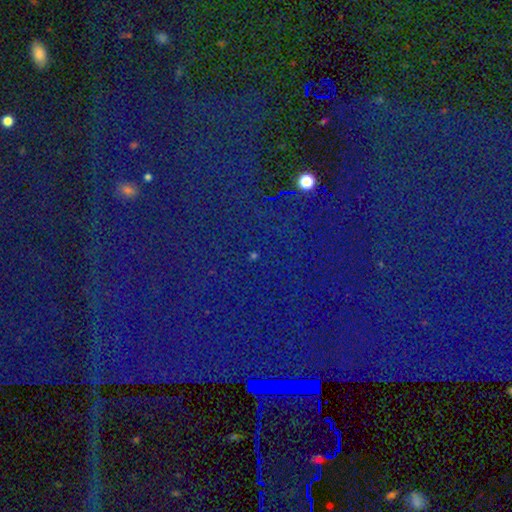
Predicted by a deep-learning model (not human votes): This is clearly a star or artifact rather than a galaxy (86%).